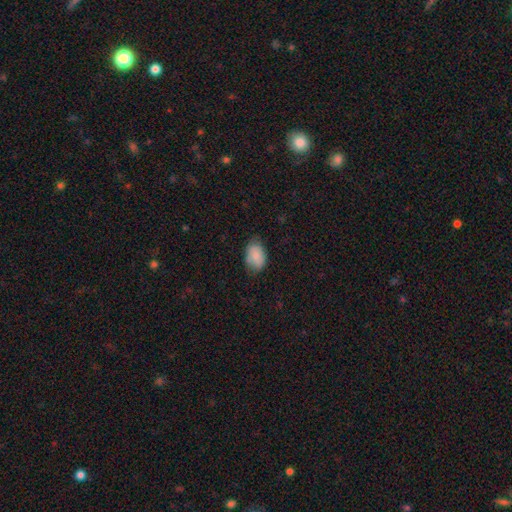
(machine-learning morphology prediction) Smooth or featured? smooth (85%)
How rounded? in between (88%)
Merging? none (68%)